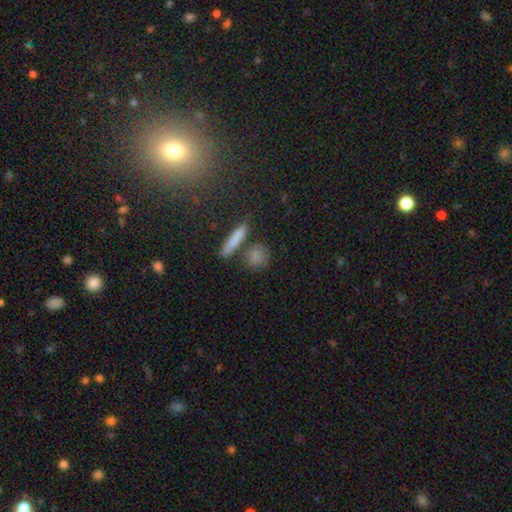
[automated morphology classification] This is clearly a smooth galaxy (80%). How rounded: possibly round (57%). Merging: likely none (72%).